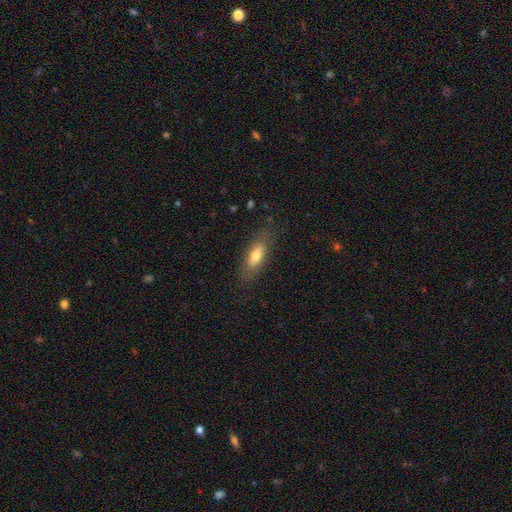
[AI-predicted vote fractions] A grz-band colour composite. It shows a smooth galaxy with no disk features (69%) that is in between round and cigar-shaped (68%). Merging: none (78%).